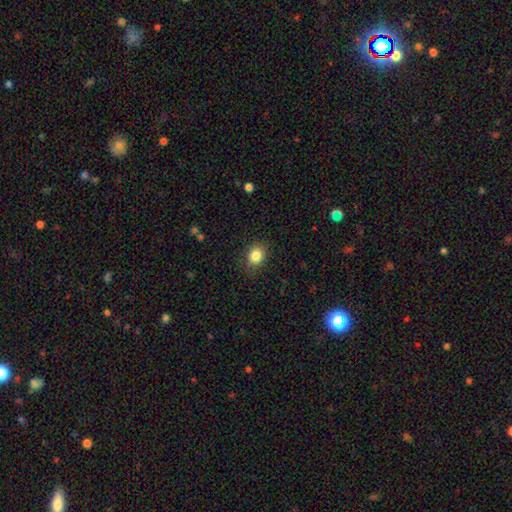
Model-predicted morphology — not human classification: This is clearly a smooth galaxy (85%). How rounded: possibly round (59%). Merging: clearly none (84%).